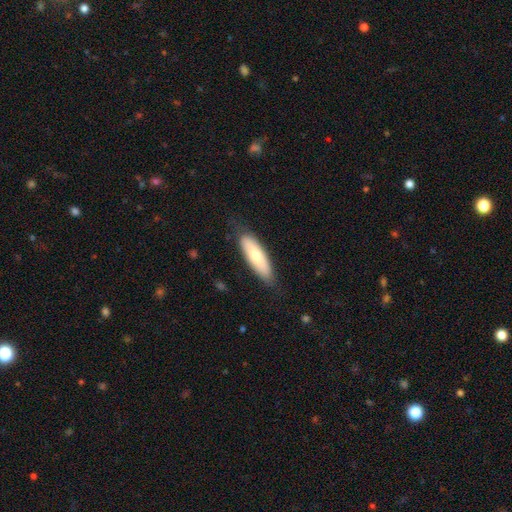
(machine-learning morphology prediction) A smooth galaxy with no disk features (68%) that is in between round and cigar-shaped (54%). Merging: none (78%).